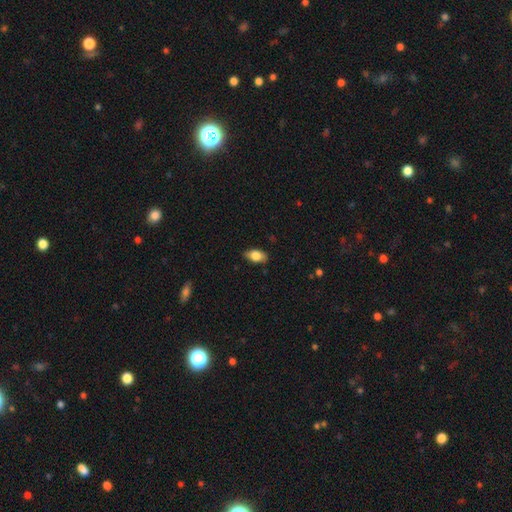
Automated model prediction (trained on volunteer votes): Smooth or featured? smooth (81%)
How rounded? in between (90%)
Merging? none (83%)